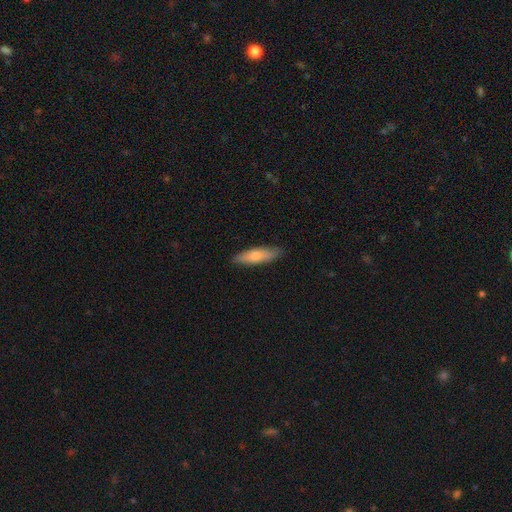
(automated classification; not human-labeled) smooth 72%, featured or disk 22%, star or artifact 6%. Down the decision tree: how rounded — cigar-shaped (64%); merging — none (85%).